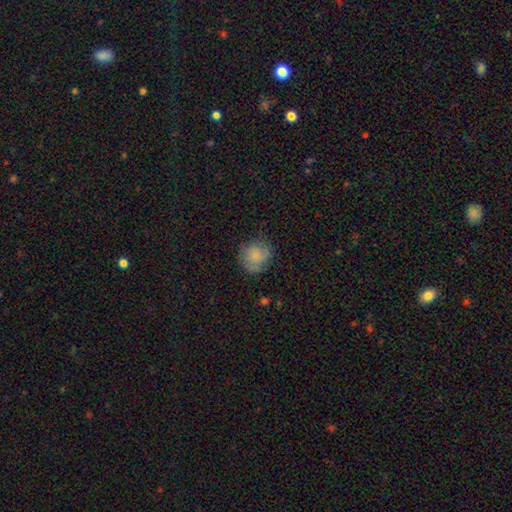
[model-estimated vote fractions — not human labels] The model was most divided on "merging": none: 70%, minor disturbance: 21%, major disturbance: 7%, merger: 1%. More confident: how rounded — round (85%); smooth or featured — smooth (71%).